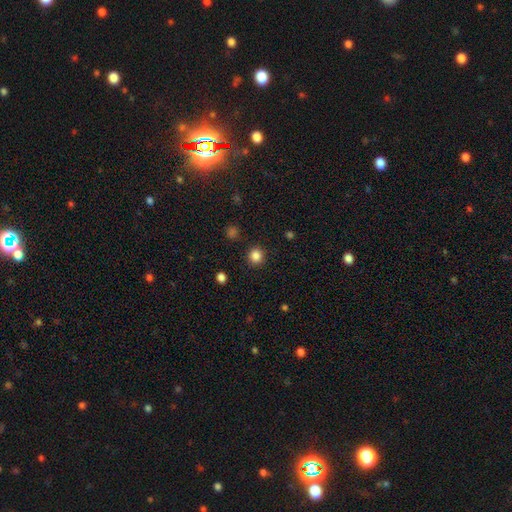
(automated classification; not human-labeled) This appears to be a smooth galaxy with no disk features (84%) that is round (92%). Merging: none (91%).